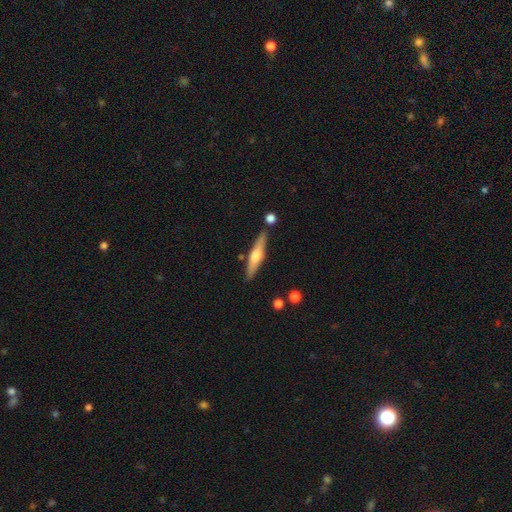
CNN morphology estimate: smooth_or_featured: featured or disk (p=0.56) [alt: smooth p=0.38]
disk_edge_on: yes (p=0.95) [alt: no p=0.05]
edge_on_bulge: rounded (p=0.86) [alt: boxy p=0.08]
merging: none (p=0.84) [alt: minor disturbance p=0.10]